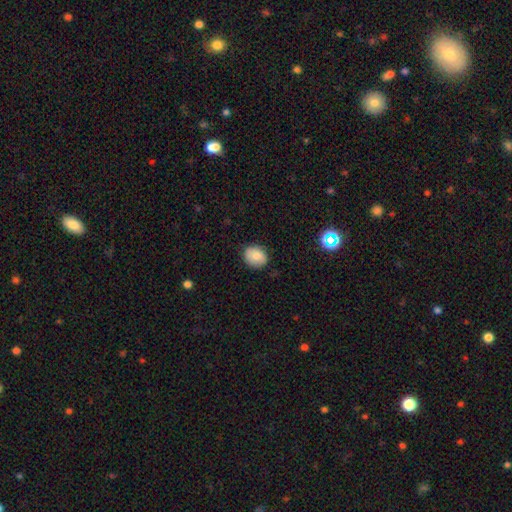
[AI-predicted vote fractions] Smooth or featured: smooth — 82% (featured or disk — 10%)
How rounded: round — 59% (in between — 40%)
Merging: none — 84% (minor disturbance — 12%)